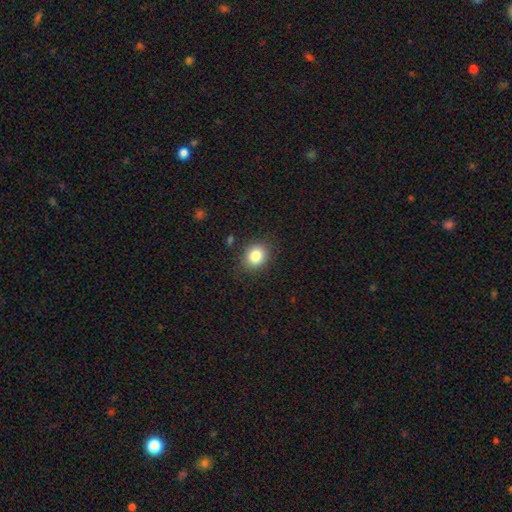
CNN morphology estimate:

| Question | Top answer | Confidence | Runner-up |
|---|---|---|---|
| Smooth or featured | smooth | 83% | star or artifact (10%) |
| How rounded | round | 58% | in between (41%) |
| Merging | none | 86% | minor disturbance (10%) |